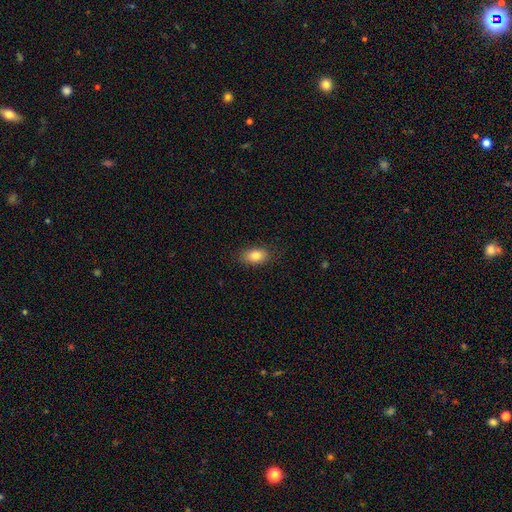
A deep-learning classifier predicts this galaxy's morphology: Q: Smooth or featured?
A: smooth (82%); runner-up: featured or disk (10%)
Q: How rounded?
A: in between (87%); runner-up: round (10%)
Q: Merging?
A: none (84%); runner-up: minor disturbance (12%)